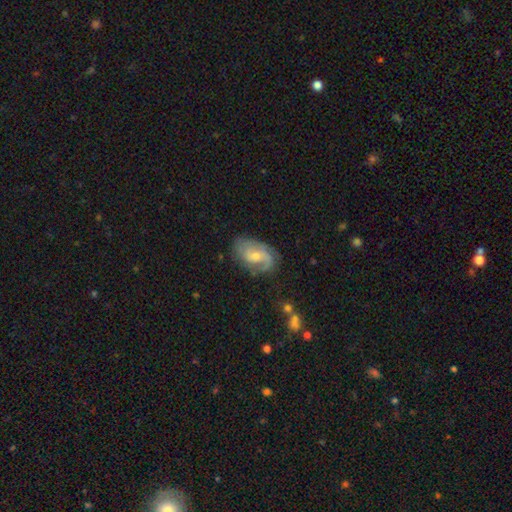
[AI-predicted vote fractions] smooth_or_featured: featured or disk (p=0.72) [alt: smooth p=0.21]
disk_edge_on: no (p=0.96) [alt: yes p=0.04]
bar: no (p=0.54) [alt: weak p=0.40]
has_spiral_arms: yes (p=0.91) [alt: no p=0.09]
spiral_winding: medium (p=0.44) [alt: tight p=0.29]
spiral_arm_count: 2 (p=0.58) [alt: can't tell p=0.18]
bulge_size: small (p=0.52) [alt: moderate p=0.42]
merging: none (p=0.64) [alt: minor disturbance p=0.23]